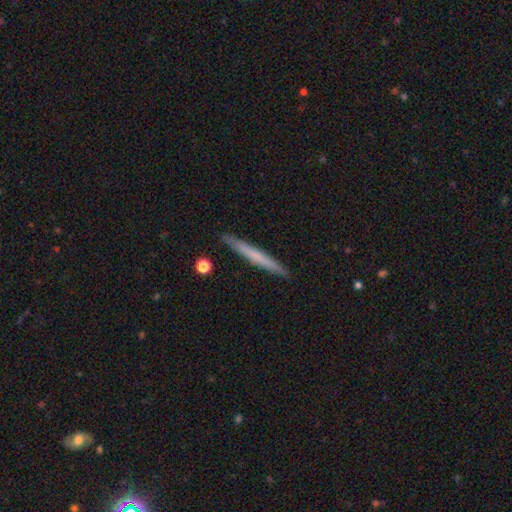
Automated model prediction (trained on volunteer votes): smooth 58%, featured or disk 36%, star or artifact 5%. Down the decision tree: how rounded — cigar-shaped (97%); merging — none (91%).